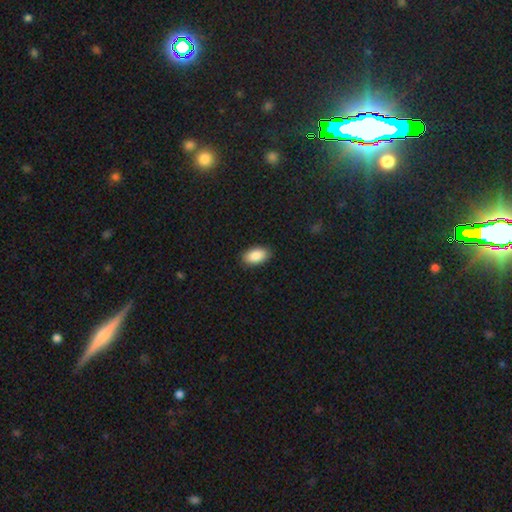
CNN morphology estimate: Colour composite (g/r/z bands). It shows a smooth galaxy with no disk features (89%) that is in between round and cigar-shaped (94%). Merging: none (89%).